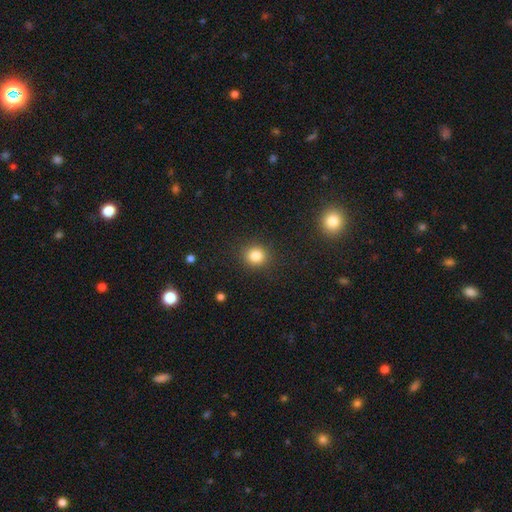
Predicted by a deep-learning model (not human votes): The model was most divided on "smooth or featured": smooth: 83%, star or artifact: 11%, featured or disk: 5%. More confident: merging — none (89%); how rounded — round (86%).